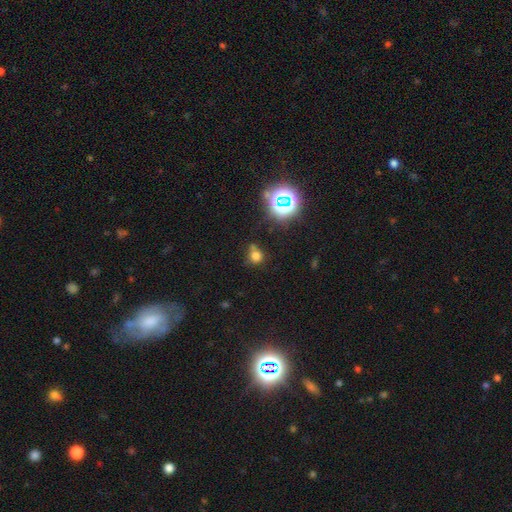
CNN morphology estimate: A smooth galaxy with no disk features (67%) that is round (83%).

Vote fractions:
- Smooth or featured? smooth: 67% / star or artifact: 25% / featured or disk: 8%
- How rounded? round: 83% / in between: 15% / cigar-shaped: 1%
- Merging? none: 61% / merger: 16% / minor disturbance: 16% / major disturbance: 6%